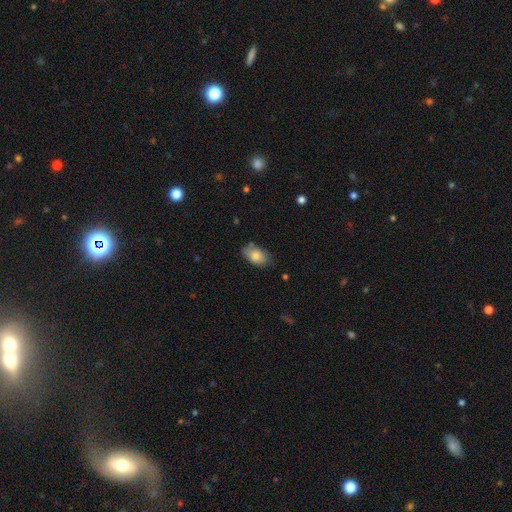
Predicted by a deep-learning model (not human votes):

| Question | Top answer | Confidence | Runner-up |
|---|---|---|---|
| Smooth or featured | smooth | 81% | featured or disk (12%) |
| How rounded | in between | 91% | round (7%) |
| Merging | none | 72% | minor disturbance (22%) |